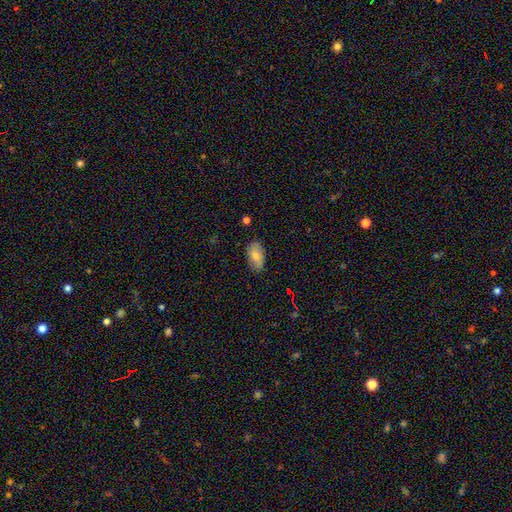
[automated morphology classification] Smooth or featured: smooth — 74% (featured or disk — 18%)
How rounded: in between — 93% (round — 5%)
Merging: none — 83% (minor disturbance — 13%)